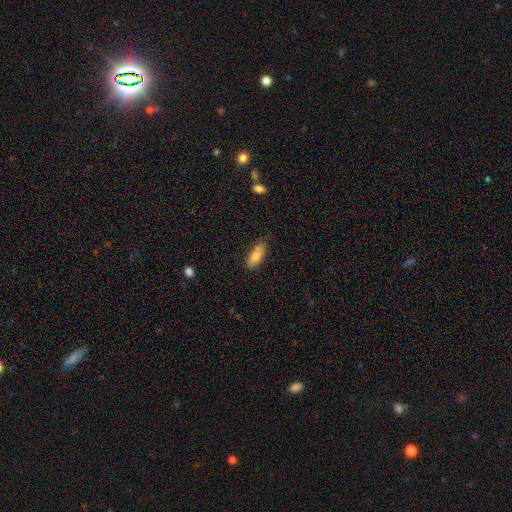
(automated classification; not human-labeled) Smooth or featured: smooth — 77% (featured or disk — 15%)
How rounded: in between — 80% (cigar-shaped — 17%)
Merging: none — 67% (minor disturbance — 23%)